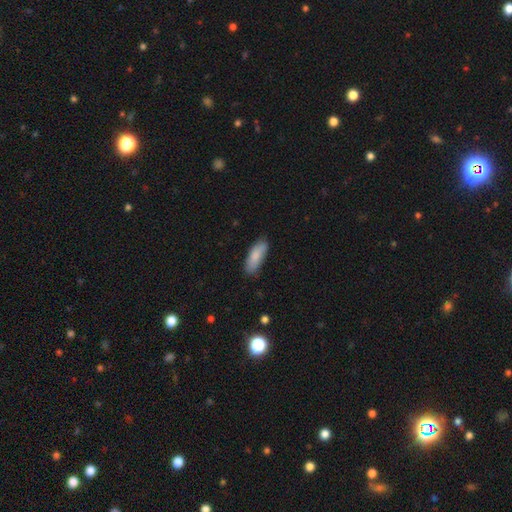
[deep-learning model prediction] Overall: smooth (85%). How rounded: in between (68%; cigar-shaped 30%). Merging: none (78%).